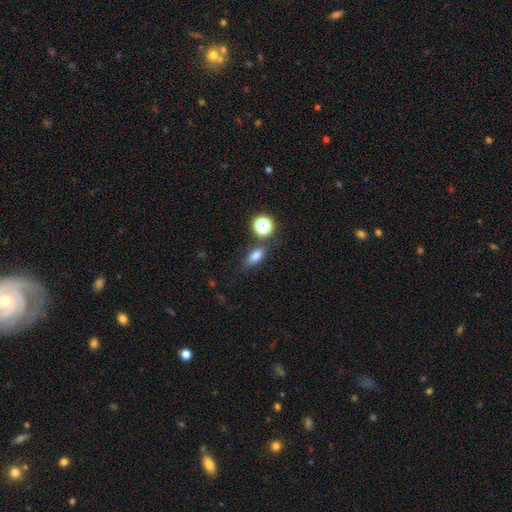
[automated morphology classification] Smooth or featured: smooth — 76% (star or artifact — 16%)
How rounded: in between — 75% (round — 17%)
Merging: none — 71% (minor disturbance — 14%)